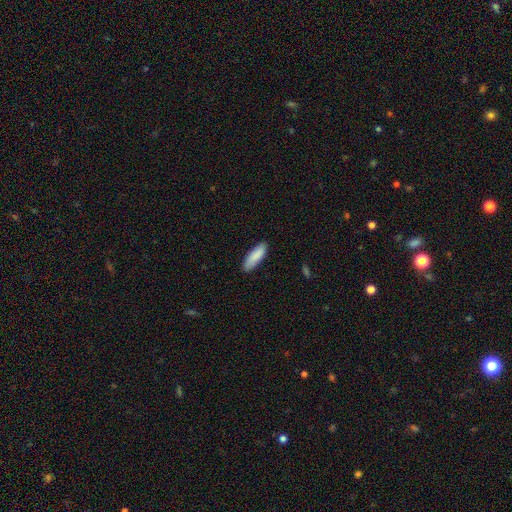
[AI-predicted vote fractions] Smooth or featured?
  - smooth: 89% *
  - featured or disk: 6%
  - star or artifact: 6%
How rounded?
  - in between: 52% *
  - cigar-shaped: 46%
  - round: 1%
Merging?
  - none: 86% *
  - minor disturbance: 11%
  - major disturbance: 2%
  - merger: 1%